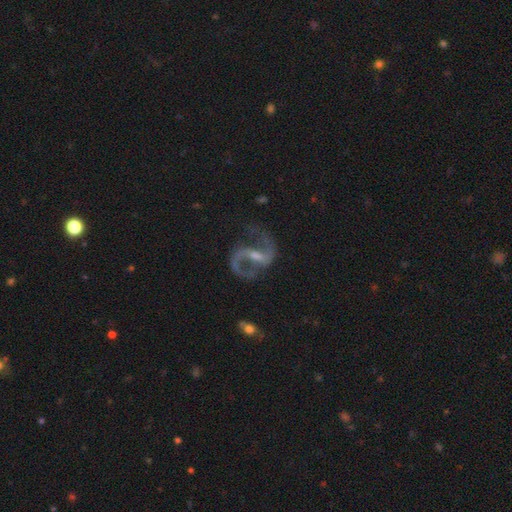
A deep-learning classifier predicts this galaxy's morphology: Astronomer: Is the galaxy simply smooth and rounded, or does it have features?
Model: featured or disk — 92%.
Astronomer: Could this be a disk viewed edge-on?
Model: no — 98%.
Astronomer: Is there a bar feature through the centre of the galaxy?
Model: strong — 43% (runner-up: weak, 41%).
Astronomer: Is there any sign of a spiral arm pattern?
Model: yes — 97%.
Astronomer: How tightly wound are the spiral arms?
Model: medium — 54% (runner-up: loose, 37%).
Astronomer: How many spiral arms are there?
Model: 2 — 93%.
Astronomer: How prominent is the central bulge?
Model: small — 57% (runner-up: moderate, 34%).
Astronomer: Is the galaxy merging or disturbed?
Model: none — 72%.